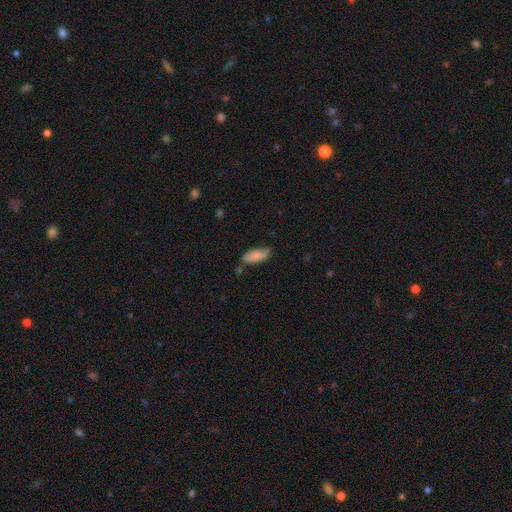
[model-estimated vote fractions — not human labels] Q: Smooth or featured?
A: smooth (80%); runner-up: featured or disk (13%)
Q: How rounded?
A: in between (79%); runner-up: cigar-shaped (19%)
Q: Merging?
A: none (65%); runner-up: minor disturbance (26%)